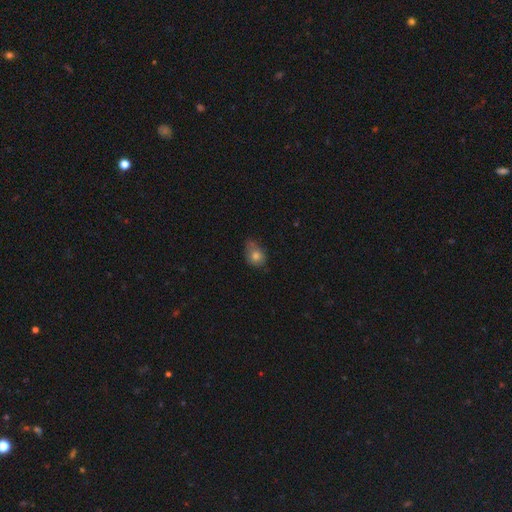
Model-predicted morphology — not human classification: A smooth galaxy with no disk features (74%) that is in between round and cigar-shaped (58%). Merging: none (42%).